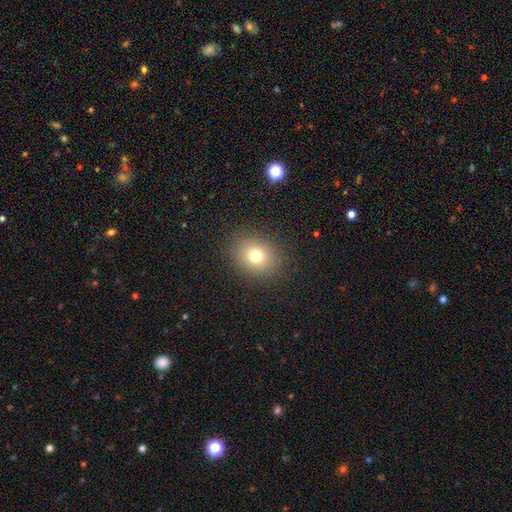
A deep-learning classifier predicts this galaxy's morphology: Smooth or featured? smooth (76%)
How rounded? round (58%)
Merging? none (88%)